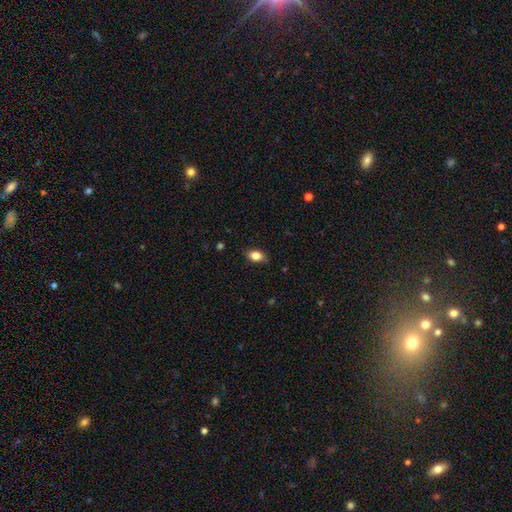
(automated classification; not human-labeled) The model was most divided on "merging": none: 82%, minor disturbance: 14%, major disturbance: 3%, merger: 1%. More confident: how rounded — in between (84%); smooth or featured — smooth (82%).